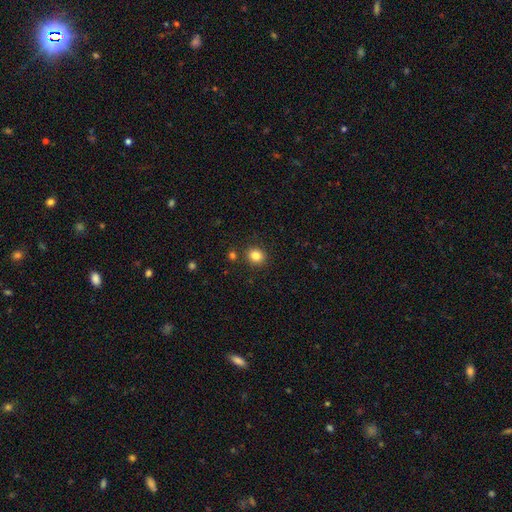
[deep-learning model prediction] A smooth galaxy with no disk features (84%) that is round (79%).

Vote fractions:
- Smooth or featured? smooth: 84% / star or artifact: 11% / featured or disk: 5%
- How rounded? round: 79% / in between: 20% / cigar-shaped: 1%
- Merging? none: 87% / minor disturbance: 7% / merger: 4% / major disturbance: 2%